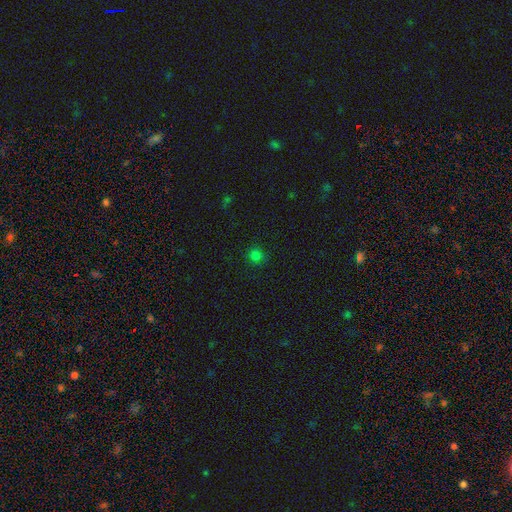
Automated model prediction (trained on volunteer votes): Q: Smooth or featured?
A: smooth (76%); runner-up: star or artifact (21%)
Q: How rounded?
A: round (89%); runner-up: in between (10%)
Q: Merging?
A: none (86%); runner-up: minor disturbance (9%)